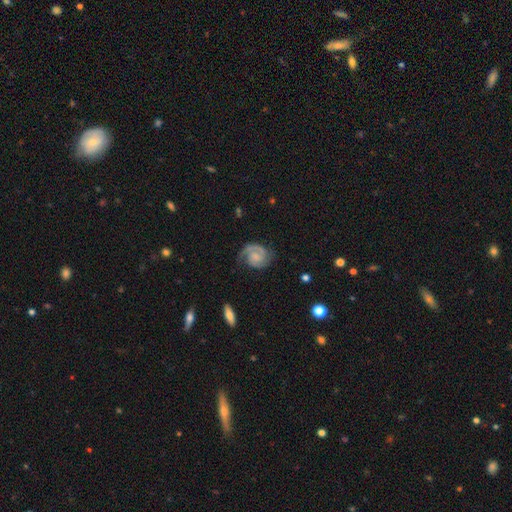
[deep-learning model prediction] Smooth or featured? featured or disk (84%)
Edge-on disk? no (98%)
Bar? no (56%)
Spiral arms? yes (97%)
Spiral winding? tight (48%)
Spiral arm count? 2 (77%)
Bulge size? none (38%)
Merging? none (70%)